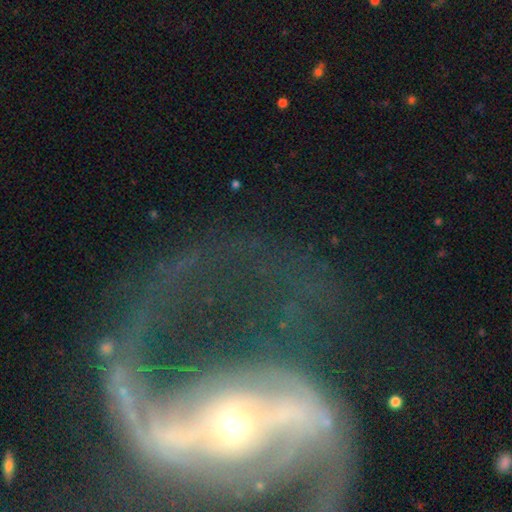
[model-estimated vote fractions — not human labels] featured or disk 87%, star or artifact 7%, smooth 5%. Down the decision tree: edge-on disk — no (96%); bar — strong (51%); spiral arms — yes (91%); spiral arm count — 2 (81%); spiral winding — loose (44%); bulge size — small (61%); merging — none (51%).